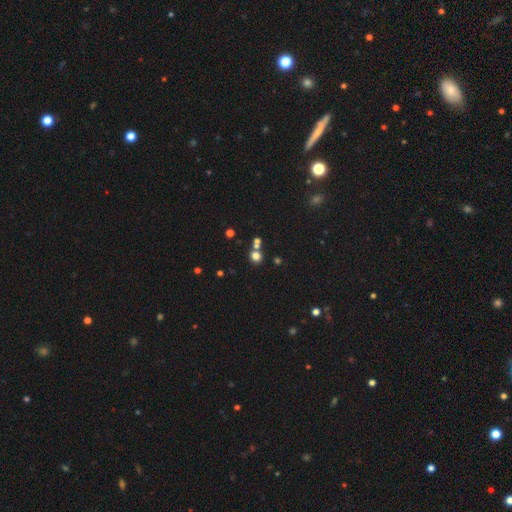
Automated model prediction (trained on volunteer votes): Smooth or featured?
  - smooth: 71% *
  - star or artifact: 20%
  - featured or disk: 8%
How rounded?
  - round: 86% *
  - in between: 13%
  - cigar-shaped: 1%
Merging?
  - none: 66% *
  - merger: 23%
  - minor disturbance: 7%
  - major disturbance: 3%